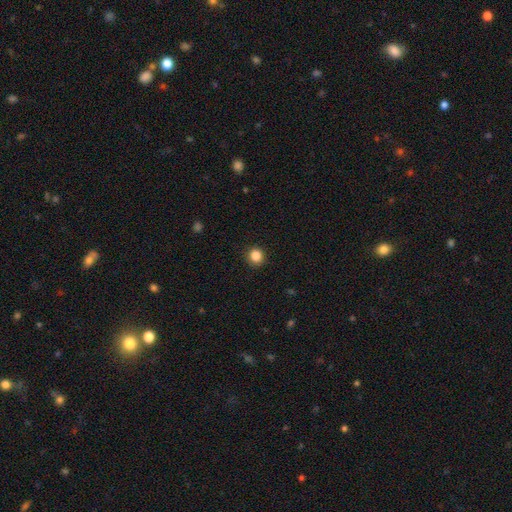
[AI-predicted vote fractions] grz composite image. It shows a smooth galaxy with no disk features (86%) that is round (88%). Merging: none (91%).